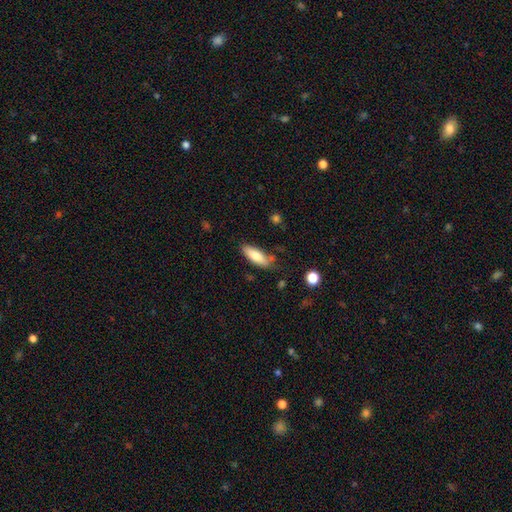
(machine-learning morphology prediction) type=smooth (78%); roundness=in between (64%); merging=none (72%).